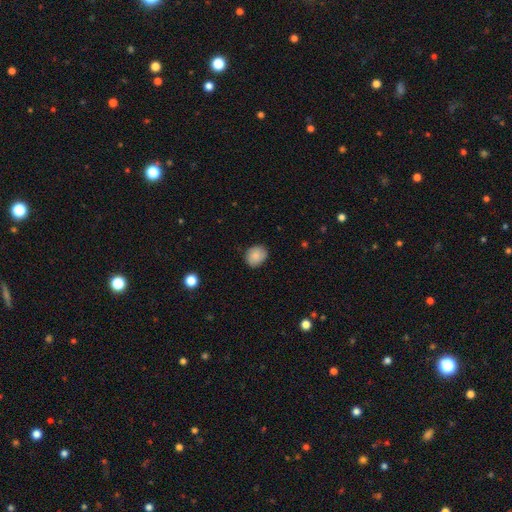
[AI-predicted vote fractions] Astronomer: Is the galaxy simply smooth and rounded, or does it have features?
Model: smooth — 85%.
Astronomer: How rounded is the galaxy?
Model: round — 66%.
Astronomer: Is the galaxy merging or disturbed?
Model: none — 82%.